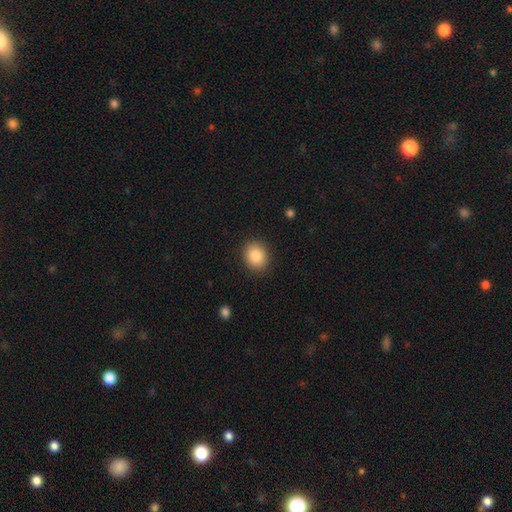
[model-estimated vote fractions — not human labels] Q: Smooth or featured?
A: smooth (85%); runner-up: star or artifact (8%)
Q: How rounded?
A: round (63%); runner-up: in between (36%)
Q: Merging?
A: none (89%); runner-up: minor disturbance (7%)